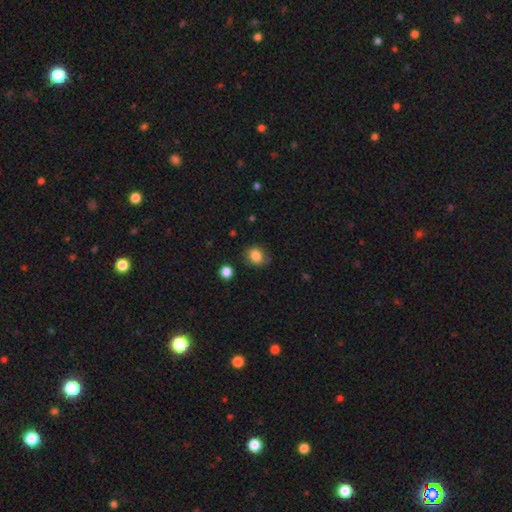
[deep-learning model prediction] Morphology: type=smooth (83%); roundness=round (62%); merging=none (74%).